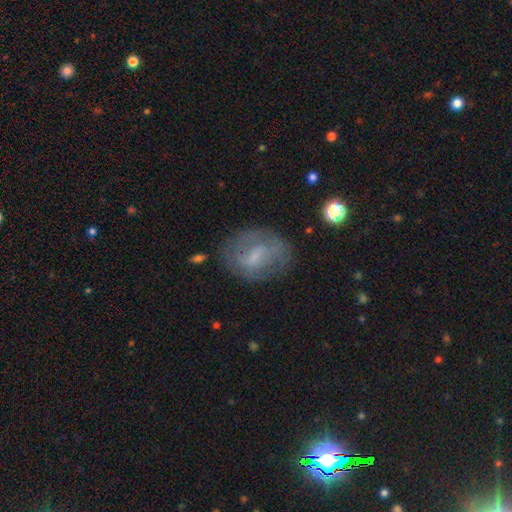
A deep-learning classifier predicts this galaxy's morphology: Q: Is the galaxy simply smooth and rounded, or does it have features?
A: featured or disk — 54%.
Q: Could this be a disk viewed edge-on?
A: no — 96%.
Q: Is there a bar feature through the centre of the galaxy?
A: weak — 52%.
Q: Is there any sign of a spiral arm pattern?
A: yes — 64%.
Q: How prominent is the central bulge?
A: small — 43%.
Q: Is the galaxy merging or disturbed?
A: none — 69%.